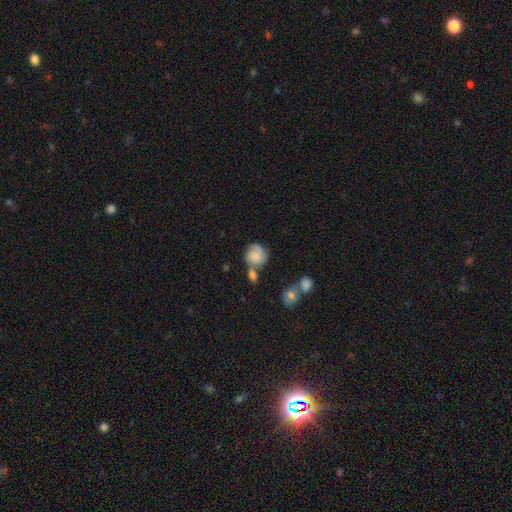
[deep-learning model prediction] Overall: smooth (56%; featured or disk 35%). How rounded: round (79%). Merging: none (47%; merger 23%).